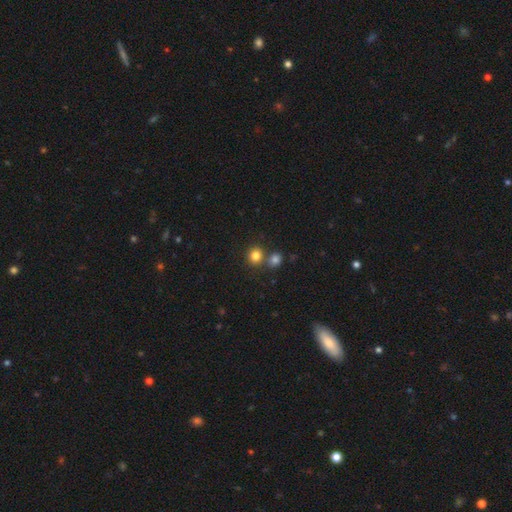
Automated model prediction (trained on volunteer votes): Overall: smooth (81%). How rounded: round (86%). Merging: none (68%).